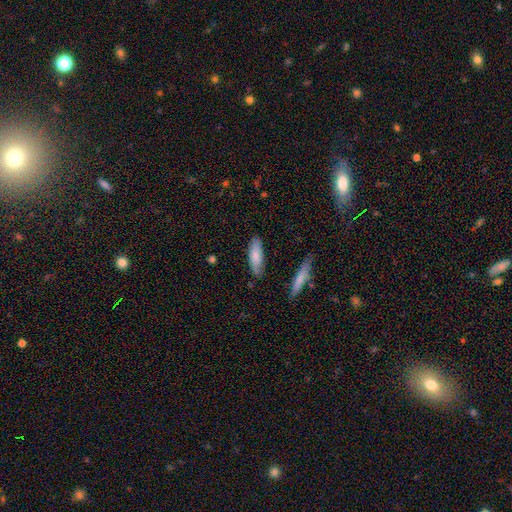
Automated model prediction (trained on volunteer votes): Morphology: type=smooth (79%); roundness=in between (50%); merging=none (81%).